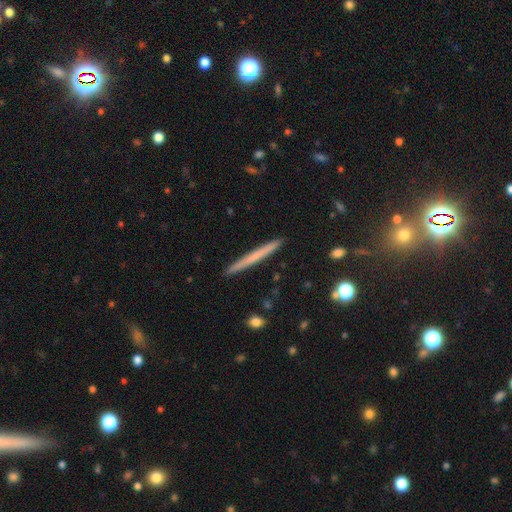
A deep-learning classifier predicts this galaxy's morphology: Smooth or featured? Predicted: smooth (p=0.56). How rounded? Predicted: cigar-shaped (p=0.97). Merging? Predicted: none (p=0.92).